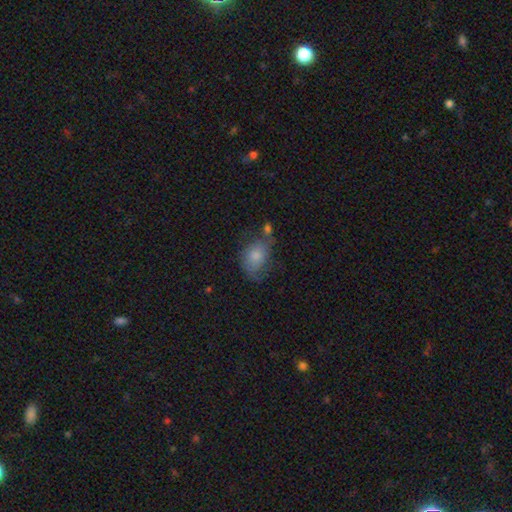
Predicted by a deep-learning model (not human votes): Smooth or featured? Predicted: smooth (p=0.65). How rounded? Predicted: in between (p=0.76). Merging? Predicted: none (p=0.47).